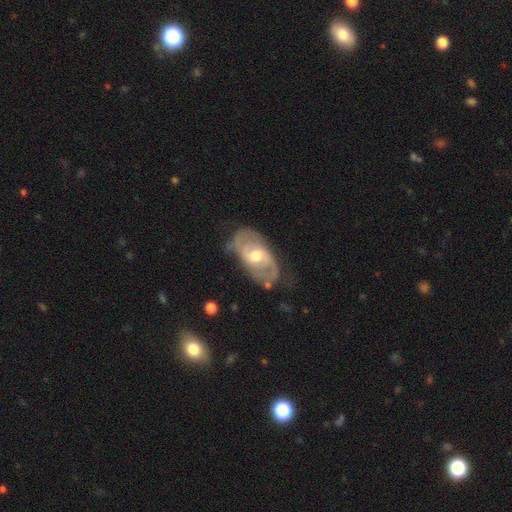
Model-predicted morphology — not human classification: Smooth or featured? featured or disk (75%)
Edge-on disk? no (93%)
Bar? no (47%)
Spiral arms? yes (76%)
Spiral winding? medium (41%)
Spiral arm count? 2 (64%)
Bulge size? moderate (71%)
Merging? none (61%)